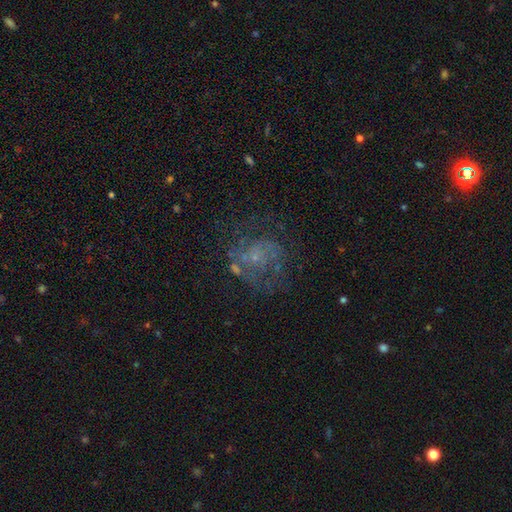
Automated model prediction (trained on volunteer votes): A featured or disk galaxy (59%) with no bar (82%), spiral arms (58%) and a small central bulge (58%).

Vote fractions:
- Smooth or featured? featured or disk: 59% / smooth: 22% / star or artifact: 18%
- Edge-on disk? no: 98% / yes: 2%
- Bar? no: 82% / weak: 16% / strong: 3%
- Spiral arms? yes: 58% / no: 42%
- Bulge size? small: 58% / none: 27% / moderate: 12% / large: 2% / dominant: 1%
- Merging? none: 53% / major disturbance: 25% / minor disturbance: 18% / merger: 4%